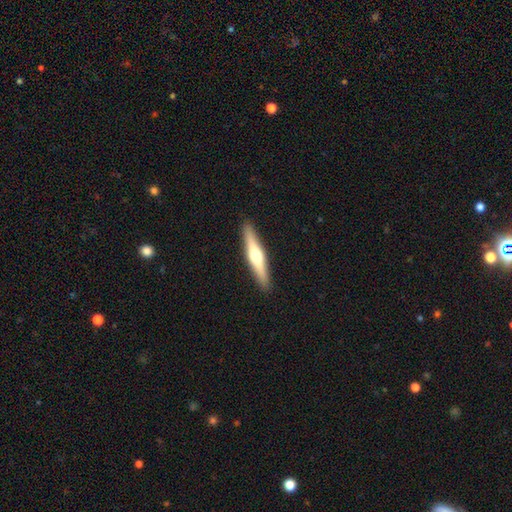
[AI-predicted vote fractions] Overall: featured or disk (56%; smooth 39%). Edge-on disk: yes (95%). Edge-on bulge: rounded (91%). Merging: none (91%).